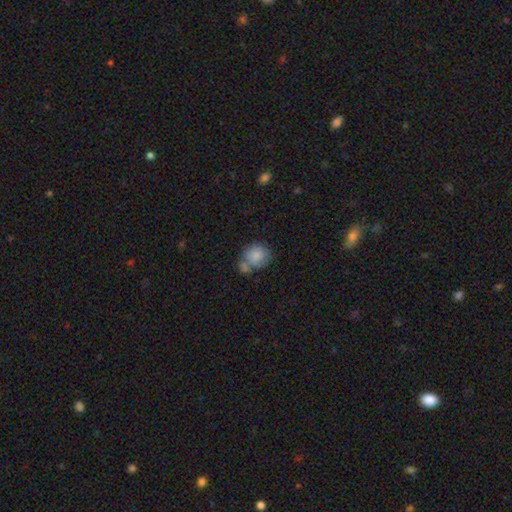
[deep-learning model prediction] Smooth or featured? Predicted: smooth (p=0.83). How rounded? Predicted: round (p=0.78). Merging? Predicted: none (p=0.41).